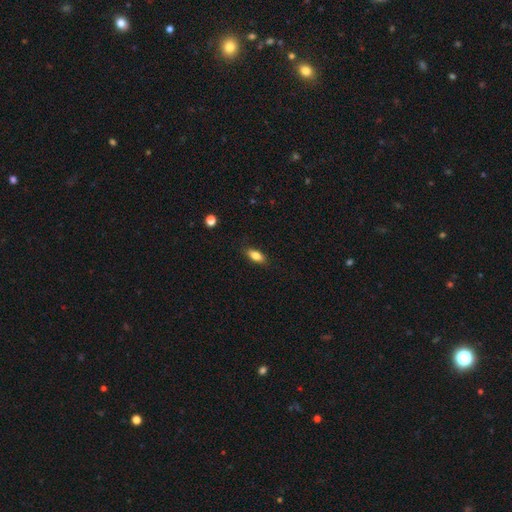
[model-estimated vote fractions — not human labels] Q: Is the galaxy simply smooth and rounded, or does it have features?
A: smooth — 80%.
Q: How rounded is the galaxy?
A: in between — 83%.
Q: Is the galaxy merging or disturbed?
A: none — 85%.